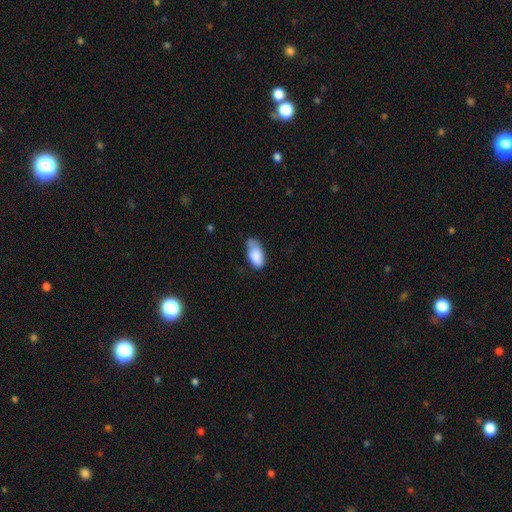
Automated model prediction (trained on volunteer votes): The model was most divided on "merging": none: 51%, minor disturbance: 38%, major disturbance: 8%, merger: 3%. More confident: how rounded — in between (94%); smooth or featured — smooth (85%).